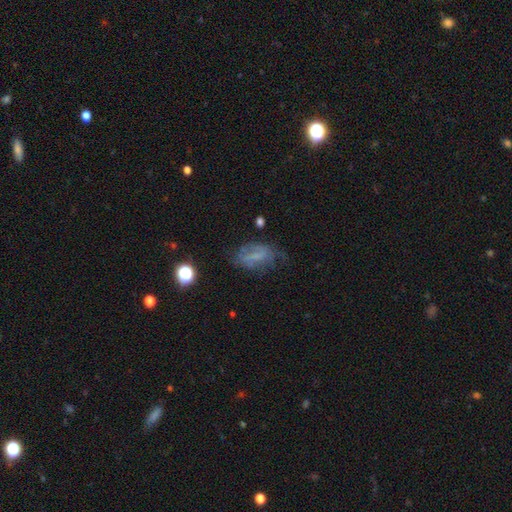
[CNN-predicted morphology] Smooth or featured? Predicted: featured or disk (p=0.43). Merging? Predicted: none (p=0.50).